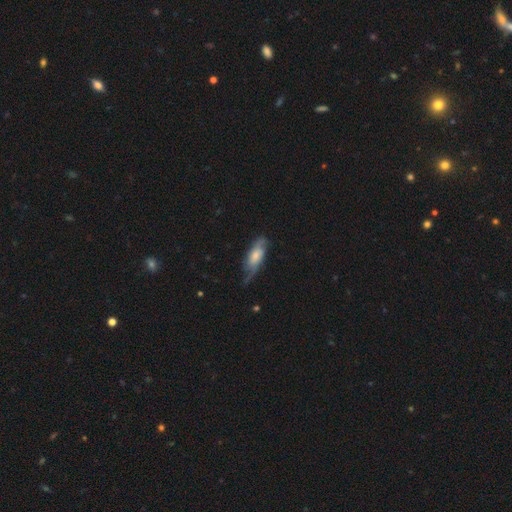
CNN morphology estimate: Smooth or featured?
  - featured or disk: 60% *
  - smooth: 34%
  - star or artifact: 6%
Edge-on disk?
  - no: 83% *
  - yes: 17%
Merging?
  - none: 57% *
  - minor disturbance: 27%
  - major disturbance: 14%
  - merger: 2%